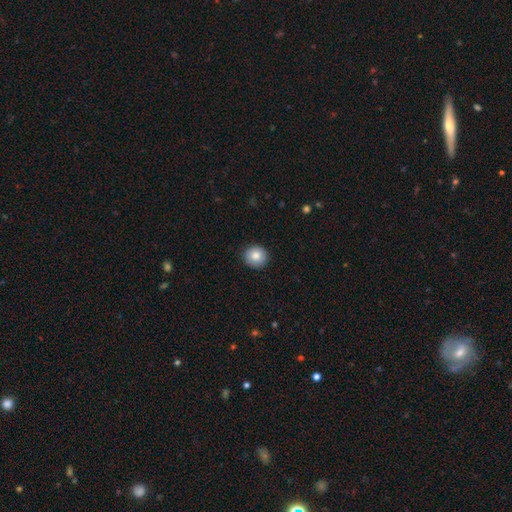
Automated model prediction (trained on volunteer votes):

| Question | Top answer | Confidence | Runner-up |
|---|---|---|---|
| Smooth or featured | smooth | 83% | featured or disk (9%) |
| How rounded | round | 91% | in between (8%) |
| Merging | none | 91% | minor disturbance (7%) |